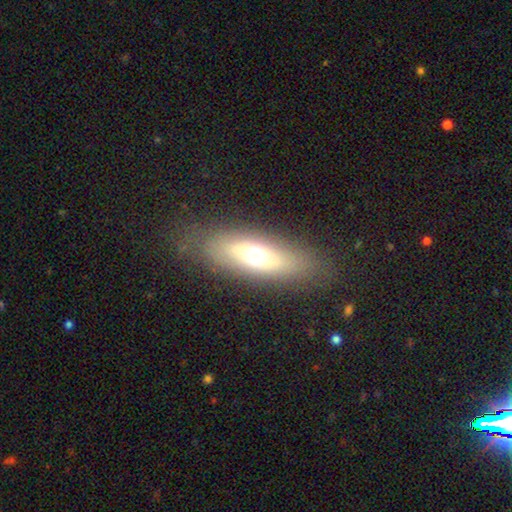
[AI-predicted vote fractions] A smooth galaxy with no disk features (51%) that is in between round and cigar-shaped (67%). Merging: none (80%).